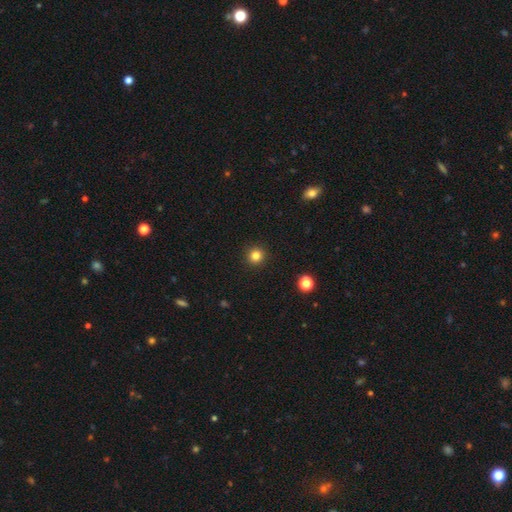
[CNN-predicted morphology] Smooth or featured? smooth (83%)
How rounded? round (95%)
Merging? none (92%)